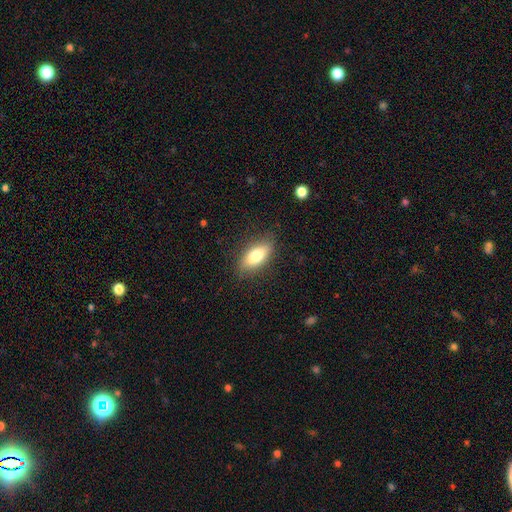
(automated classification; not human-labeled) Overall: smooth (76%). How rounded: in between (80%). Merging: none (83%).